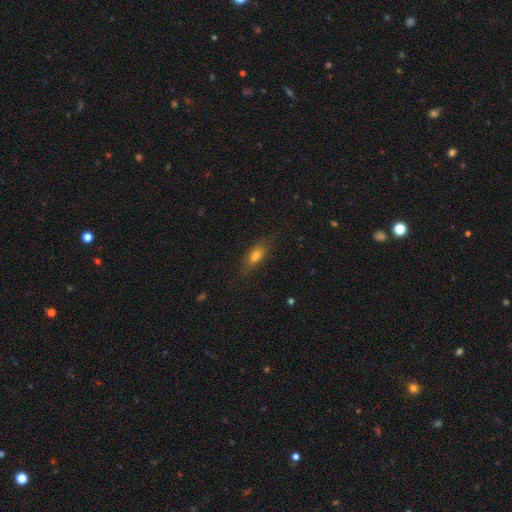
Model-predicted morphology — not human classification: Overall: smooth (64%). How rounded: in between (63%; cigar-shaped 30%). Merging: none (73%).